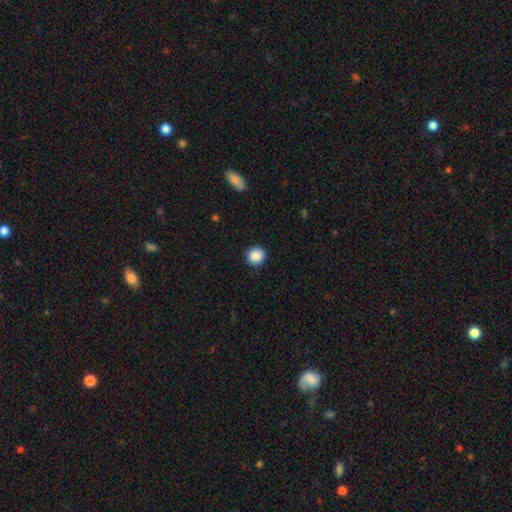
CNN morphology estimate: A smooth galaxy with no disk features (89%) that is round (93%).

Vote fractions:
- Smooth or featured? smooth: 89% / star or artifact: 9% / featured or disk: 3%
- How rounded? round: 93% / in between: 6% / cigar-shaped: 1%
- Merging? none: 92% / minor disturbance: 6% / major disturbance: 2% / merger: 1%